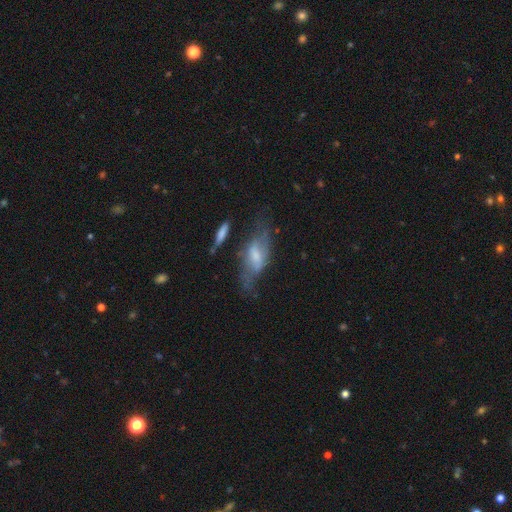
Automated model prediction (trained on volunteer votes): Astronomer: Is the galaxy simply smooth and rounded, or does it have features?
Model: featured or disk — 58% (runner-up: smooth, 35%).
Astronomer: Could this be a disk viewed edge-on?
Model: no — 73%.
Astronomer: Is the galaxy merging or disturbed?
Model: none — 45% (runner-up: minor disturbance, 26%).